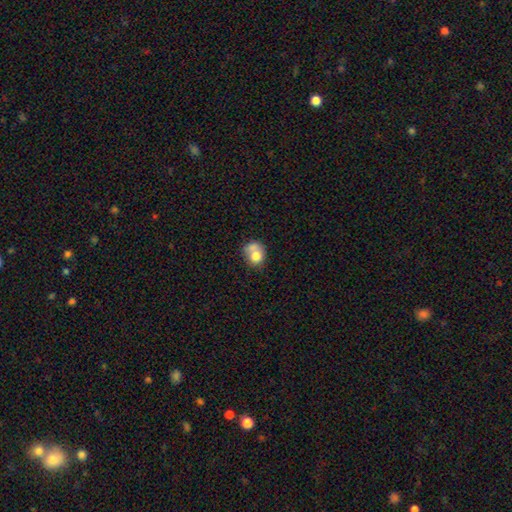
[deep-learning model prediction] smooth_or_featured: smooth (p=0.73) [alt: featured or disk p=0.17]
how_rounded: round (p=0.67) [alt: in between p=0.32]
merging: merger (p=0.38) [alt: none p=0.35]